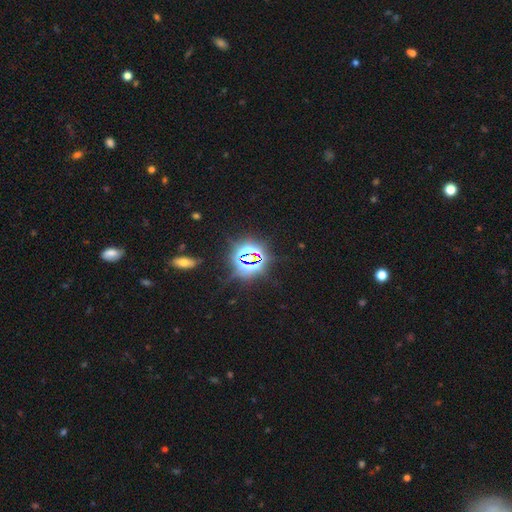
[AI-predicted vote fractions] smooth_or_featured: star or artifact (p=0.82) [alt: smooth p=0.11]